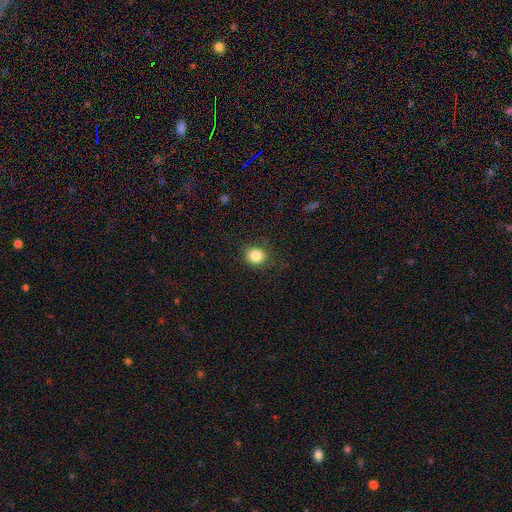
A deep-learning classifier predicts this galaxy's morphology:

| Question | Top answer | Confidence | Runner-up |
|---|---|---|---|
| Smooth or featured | smooth | 84% | star or artifact (11%) |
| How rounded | round | 79% | in between (20%) |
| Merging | none | 83% | minor disturbance (12%) |